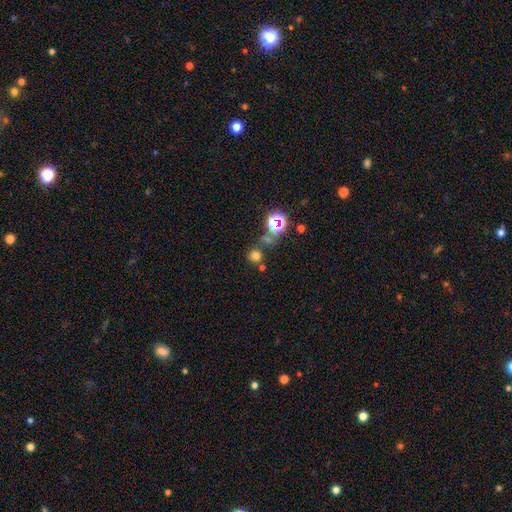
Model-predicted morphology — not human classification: Smooth or featured? Predicted: smooth (p=0.66). How rounded? Predicted: round (p=0.83). Merging? Predicted: none (p=0.65).